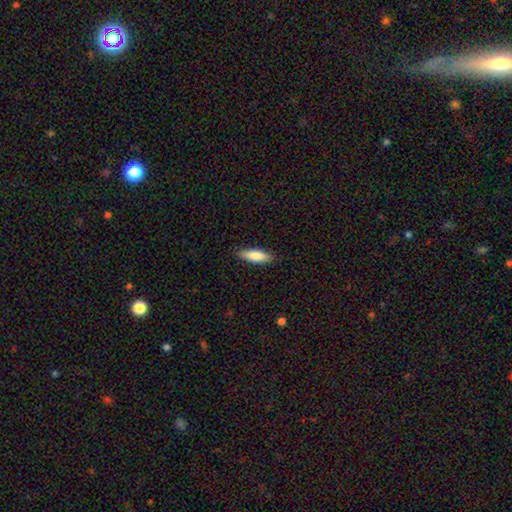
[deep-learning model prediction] Smooth or featured? Predicted: smooth (p=0.83). How rounded? Predicted: in between (p=0.50). Merging? Predicted: none (p=0.88).